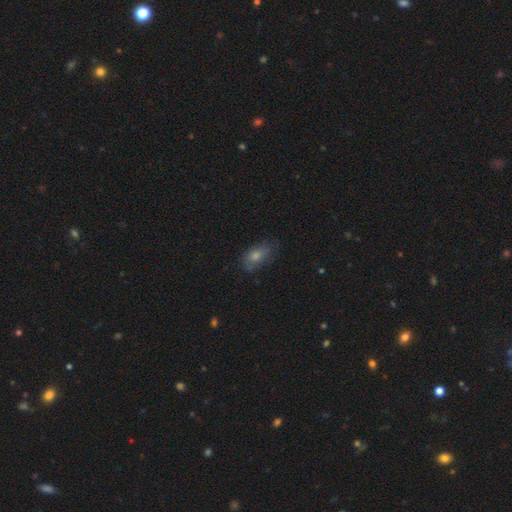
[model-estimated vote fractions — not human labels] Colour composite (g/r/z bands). It shows a smooth galaxy with no disk features (57%) that is in between round and cigar-shaped (83%). Merging: none (70%).